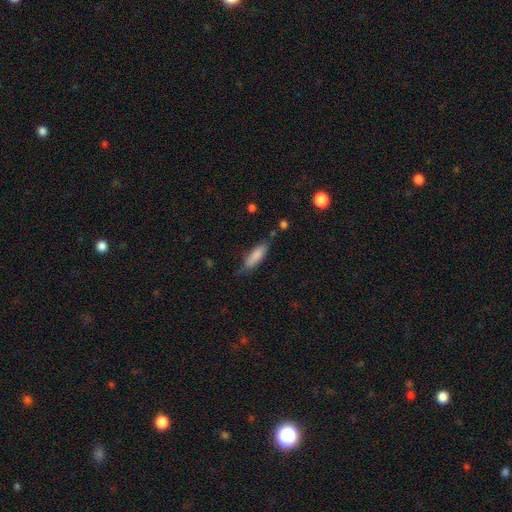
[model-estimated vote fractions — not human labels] smooth_or_featured: smooth (p=0.82) [alt: featured or disk p=0.12]
how_rounded: cigar-shaped (p=0.53) [alt: in between p=0.46]
merging: none (p=0.66) [alt: minor disturbance p=0.25]